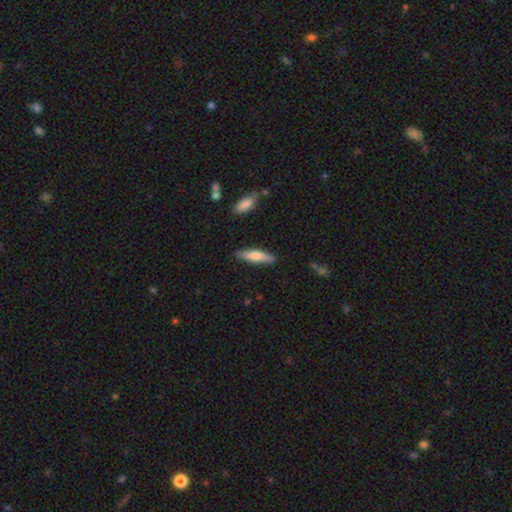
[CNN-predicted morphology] This appears to be a smooth galaxy with no disk features (69%) that is cigar-shaped (74%). Merging: none (86%).